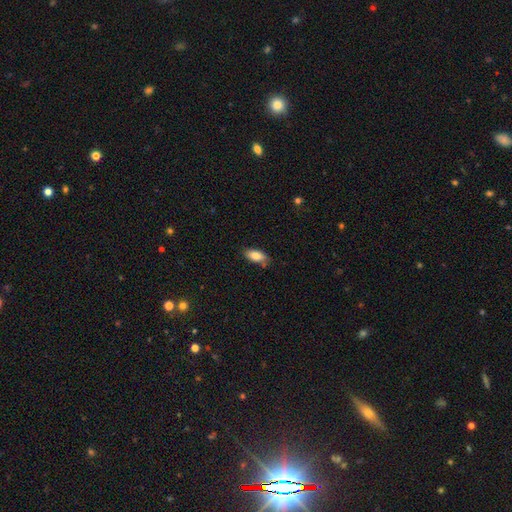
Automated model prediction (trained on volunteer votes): Smooth or featured? smooth (82%)
How rounded? in between (88%)
Merging? none (77%)